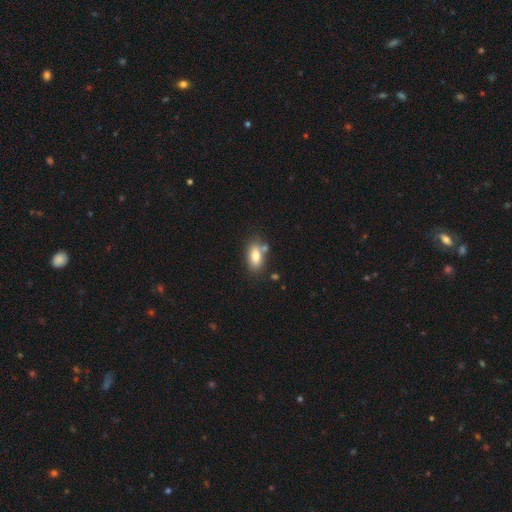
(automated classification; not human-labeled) Smooth or featured?
  - smooth: 80% *
  - featured or disk: 12%
  - star or artifact: 8%
How rounded?
  - in between: 89% *
  - round: 6%
  - cigar-shaped: 5%
Merging?
  - none: 68% *
  - minor disturbance: 15%
  - merger: 14%
  - major disturbance: 4%